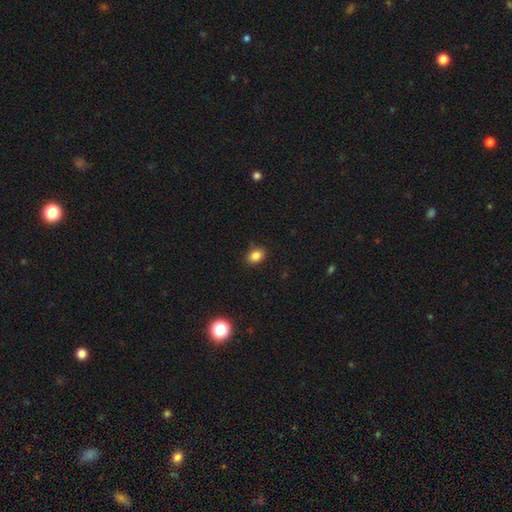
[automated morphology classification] Smooth or featured?
  - smooth: 84% *
  - star or artifact: 11%
  - featured or disk: 5%
How rounded?
  - in between: 66% *
  - round: 33%
  - cigar-shaped: 1%
Merging?
  - none: 85% *
  - minor disturbance: 11%
  - major disturbance: 2%
  - merger: 1%